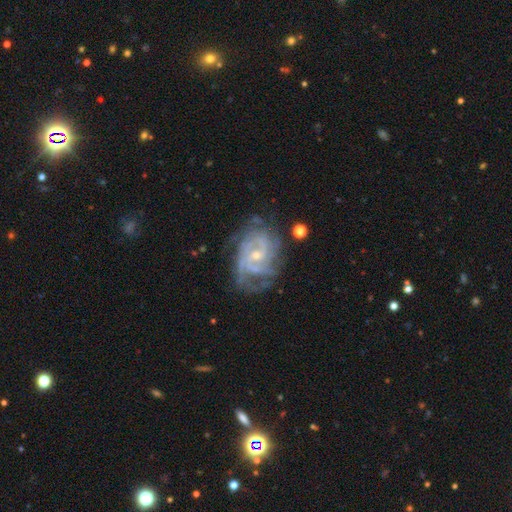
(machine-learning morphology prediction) Smooth or featured: featured or disk — 89% (star or artifact — 6%)
Edge-on disk: no — 97% (yes — 3%)
Bar: no — 52% (weak — 39%)
Spiral arms: yes — 96% (no — 4%)
Spiral winding: tight — 58% (medium — 34%)
Spiral arm count: can't tell — 28% (3 — 24%)
Bulge size: small — 67% (moderate — 30%)
Merging: none — 63% (minor disturbance — 22%)